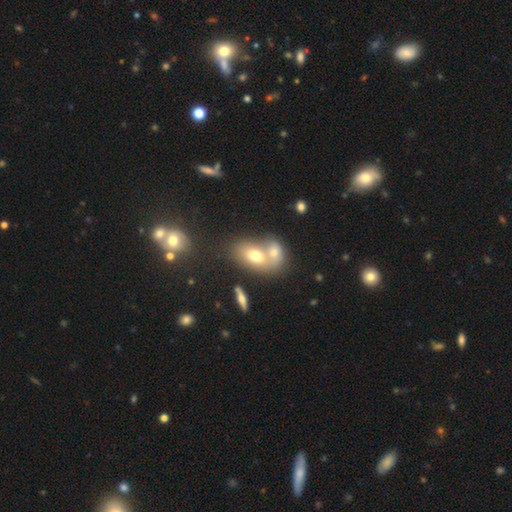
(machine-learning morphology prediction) This is likely a smooth galaxy (66%). How rounded: likely in between (74%). Merging: likely merger (60%).